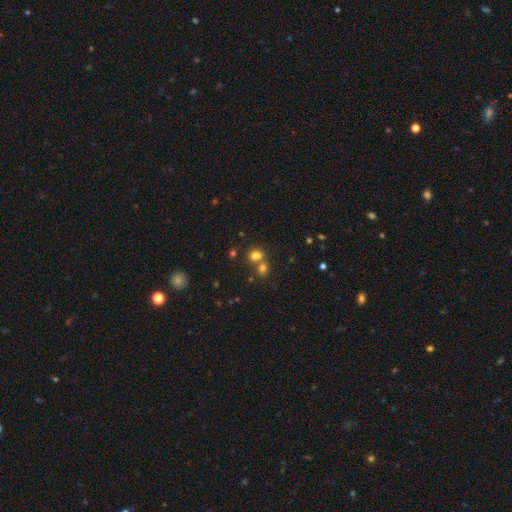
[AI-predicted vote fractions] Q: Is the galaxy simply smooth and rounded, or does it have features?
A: smooth — 74%.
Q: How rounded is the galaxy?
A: round — 68%.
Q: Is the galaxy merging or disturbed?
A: none — 47%.